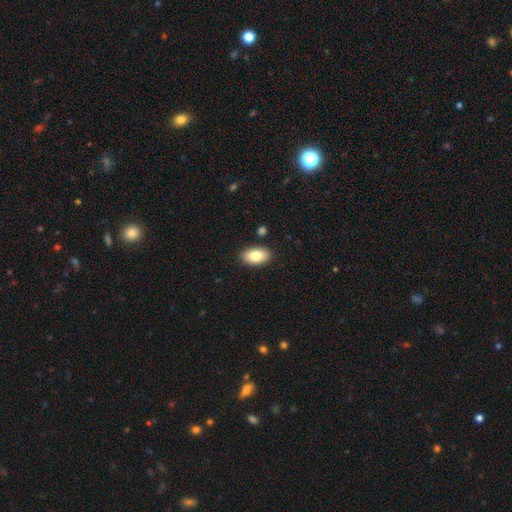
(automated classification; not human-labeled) smooth_or_featured: smooth (p=0.84) [alt: featured or disk p=0.09]
how_rounded: in between (p=0.94) [alt: round p=0.05]
merging: none (p=0.87) [alt: minor disturbance p=0.09]